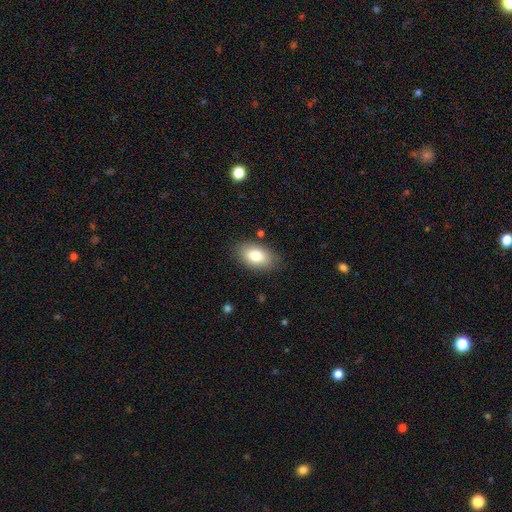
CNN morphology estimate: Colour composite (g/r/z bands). It shows a smooth galaxy with no disk features (78%) that is in between round and cigar-shaped (90%). Merging: none (84%).